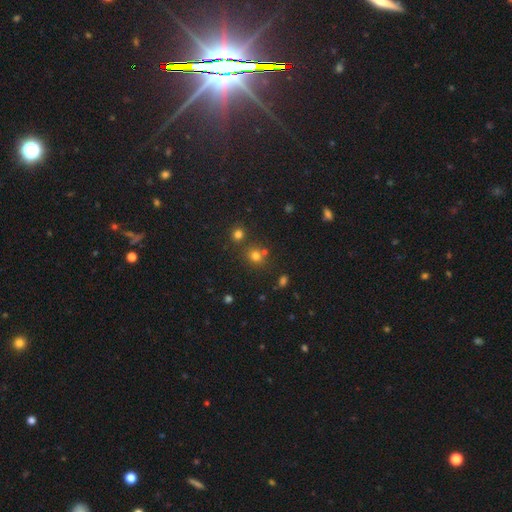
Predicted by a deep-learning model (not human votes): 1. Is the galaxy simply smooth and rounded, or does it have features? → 71% smooth, 21% star or artifact, 8% featured or disk.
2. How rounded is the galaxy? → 82% round, 17% in between, 1% cigar-shaped.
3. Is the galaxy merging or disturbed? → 68% none, 19% merger, 9% minor disturbance, 4% major disturbance.